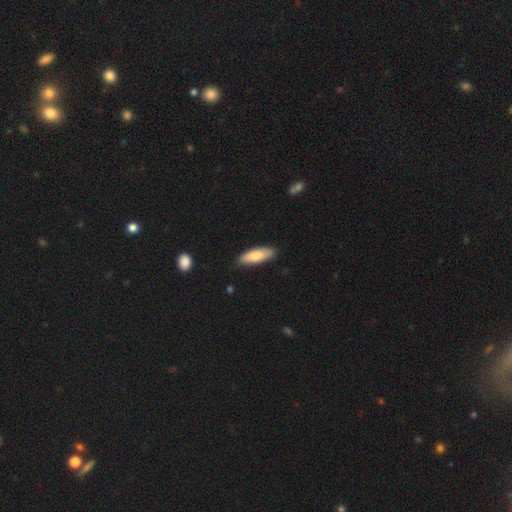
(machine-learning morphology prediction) Smooth or featured: smooth — 78% (featured or disk — 16%)
How rounded: in between — 53% (cigar-shaped — 45%)
Merging: none — 85% (minor disturbance — 11%)